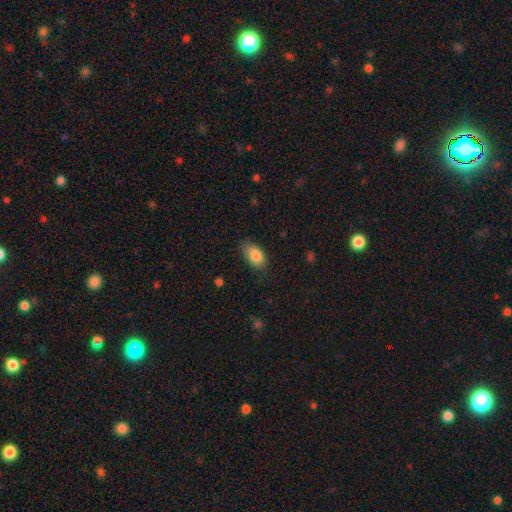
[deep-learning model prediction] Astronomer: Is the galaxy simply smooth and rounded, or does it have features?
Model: smooth — 85%.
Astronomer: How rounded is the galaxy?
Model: in between — 92%.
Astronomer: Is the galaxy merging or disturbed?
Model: none — 78%.